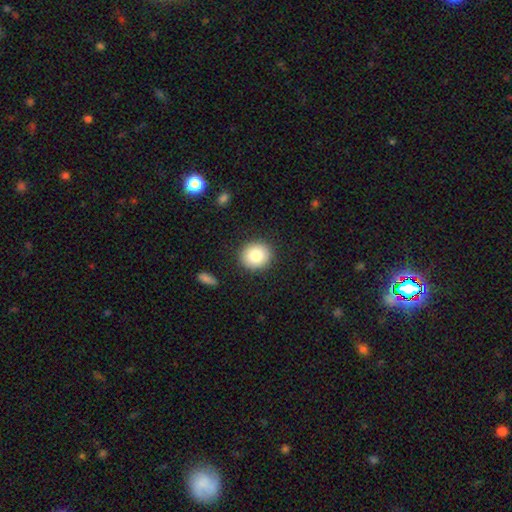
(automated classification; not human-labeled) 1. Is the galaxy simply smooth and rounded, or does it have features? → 84% smooth, 8% star or artifact, 8% featured or disk.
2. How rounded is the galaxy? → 83% round, 16% in between, 1% cigar-shaped.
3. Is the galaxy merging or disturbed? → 90% none, 7% minor disturbance, 2% major disturbance, 1% merger.